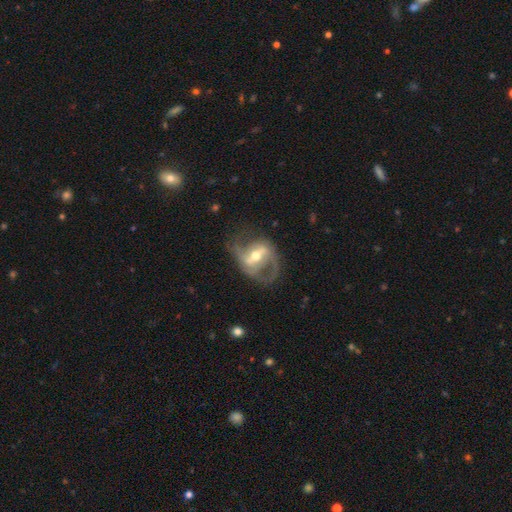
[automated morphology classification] smooth-or-featured: featured or disk: 85% | smooth: 10% | star or artifact: 6%
  disk-edge-on: no: 96% | yes: 4%
    bar: strong: 47% | weak: 37% | no: 16%
    has-spiral-arms: yes: 90% | no: 10%
      spiral-winding: loose: 46% | medium: 42% | tight: 12%
      spiral-arm-count: 2: 82% | can't tell: 6% | 1: 6% | 3: 3% | 4: 1% | more than 4: 1%
    bulge-size: moderate: 65% | small: 29% | large: 4% | none: 1% | dominant: 1%
  merging: none: 59% | major disturbance: 19% | minor disturbance: 19% | merger: 2%